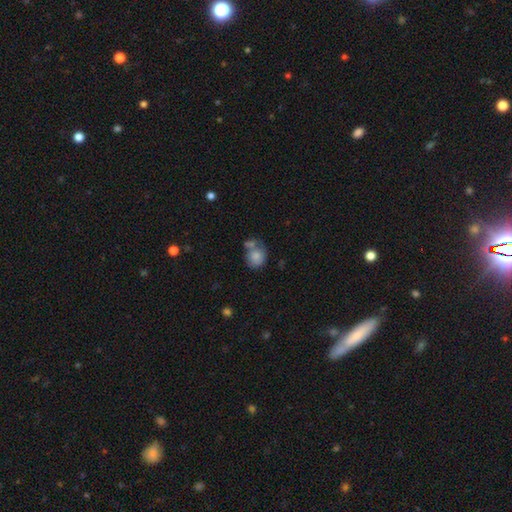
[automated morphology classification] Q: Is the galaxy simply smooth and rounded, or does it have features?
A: smooth — 81%.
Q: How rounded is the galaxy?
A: round — 66%.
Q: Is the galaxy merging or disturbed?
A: none — 44%.